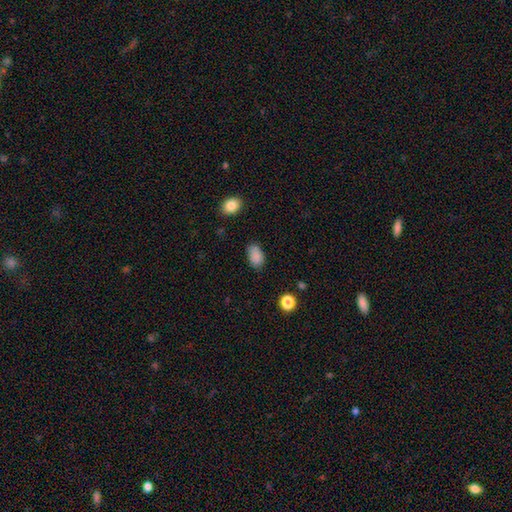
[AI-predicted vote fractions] This appears to be a smooth galaxy with no disk features (87%) that is in between round and cigar-shaped (91%). Merging: none (78%).